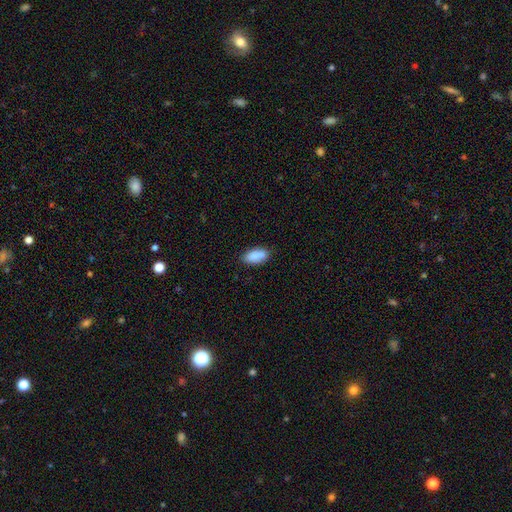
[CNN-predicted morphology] Smooth or featured? smooth (88%)
How rounded? in between (90%)
Merging? none (83%)